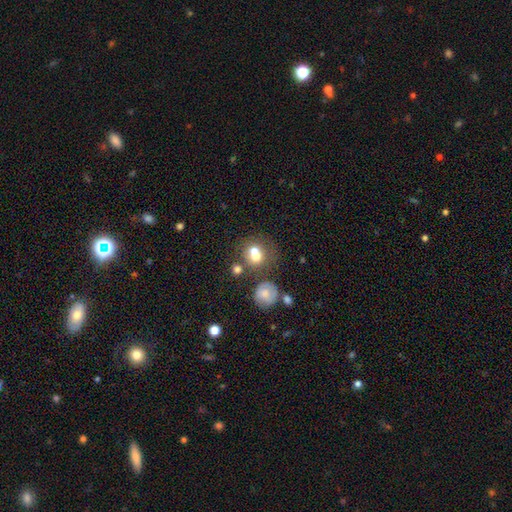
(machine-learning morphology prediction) The model was most divided on "merging": none: 42%, merger: 39%, minor disturbance: 12%, major disturbance: 8%. More confident: how rounded — round (76%); smooth or featured — smooth (68%).